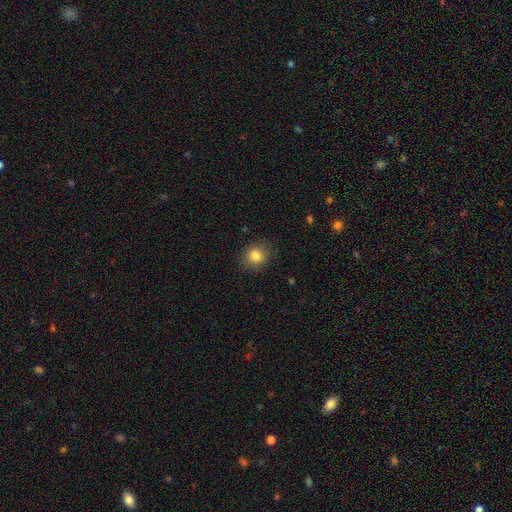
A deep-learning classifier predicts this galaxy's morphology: type=smooth (83%); roundness=round (73%); merging=none (85%).